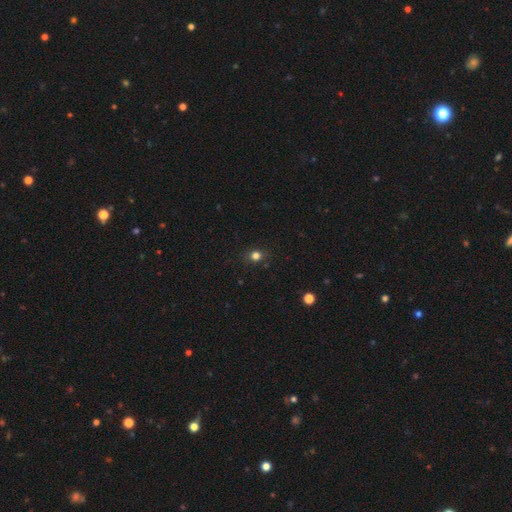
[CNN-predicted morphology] smooth 77%, star or artifact 17%, featured or disk 6%. Down the decision tree: how rounded — round (75%); merging — none (85%).